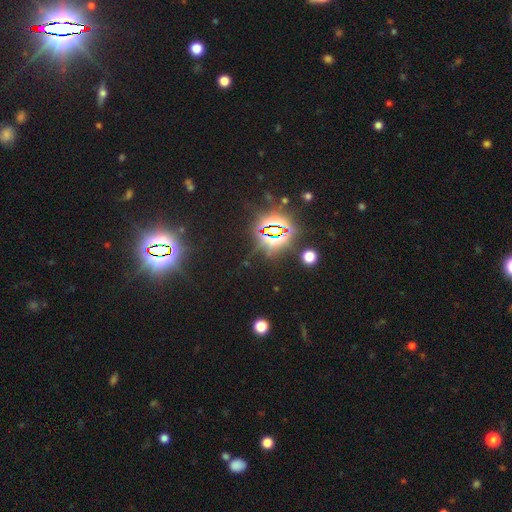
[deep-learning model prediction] A star or artifact, not a galaxy (85%).

Vote fractions:
- Smooth or featured? star or artifact: 85% / smooth: 9% / featured or disk: 6%